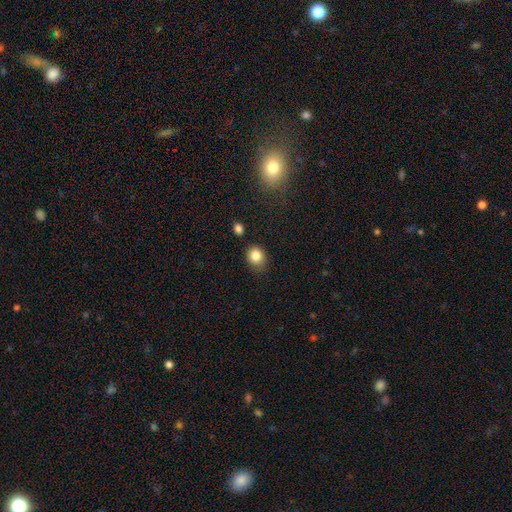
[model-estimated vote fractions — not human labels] A smooth galaxy with no disk features (83%) that is round (64%). Merging: none (75%).